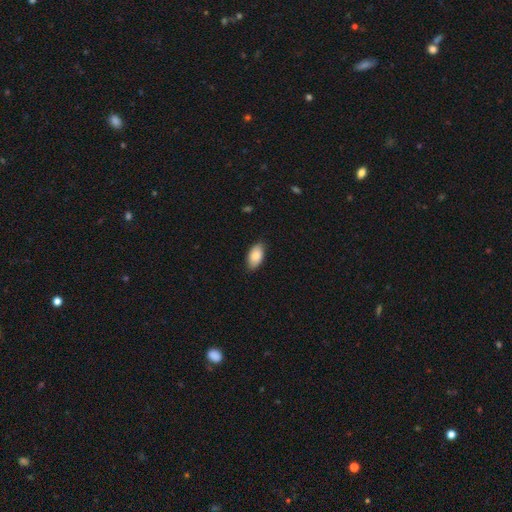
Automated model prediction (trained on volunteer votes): This is clearly a smooth galaxy (86%). How rounded: clearly in between (94%). Merging: clearly none (85%).